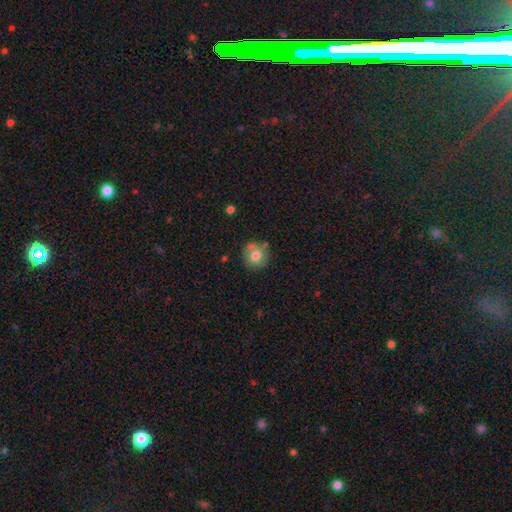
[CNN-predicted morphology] smooth_or_featured: smooth (p=0.69) [alt: featured or disk p=0.22]
how_rounded: round (p=0.84) [alt: in between p=0.15]
merging: none (p=0.68) [alt: minor disturbance p=0.19]